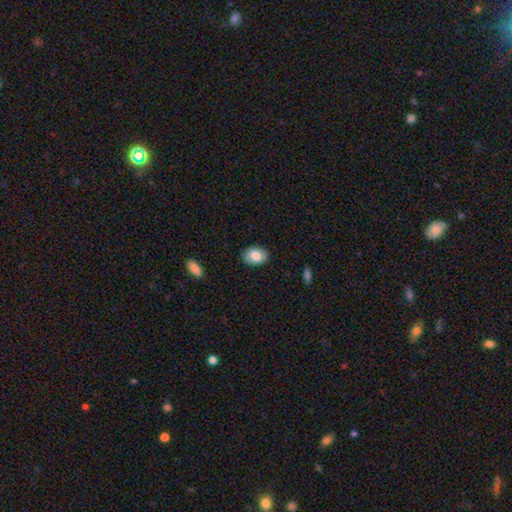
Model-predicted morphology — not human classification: The model was most divided on "how rounded": in between: 76%, round: 23%, cigar-shaped: 1%. More confident: merging — none (85%); smooth or featured — smooth (77%).